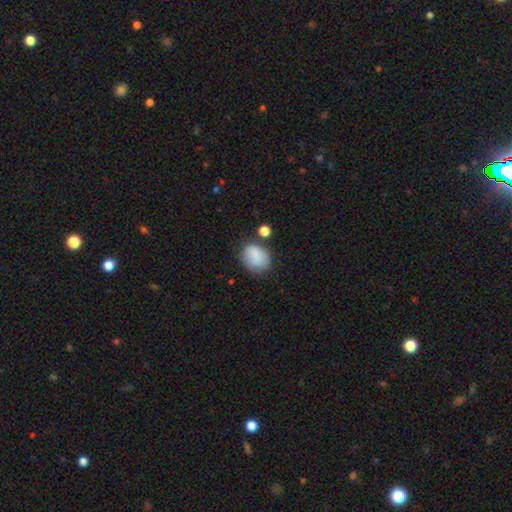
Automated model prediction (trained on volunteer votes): smooth 83%, featured or disk 8%, star or artifact 8%. Down the decision tree: how rounded — in between (54%); merging — none (65%).